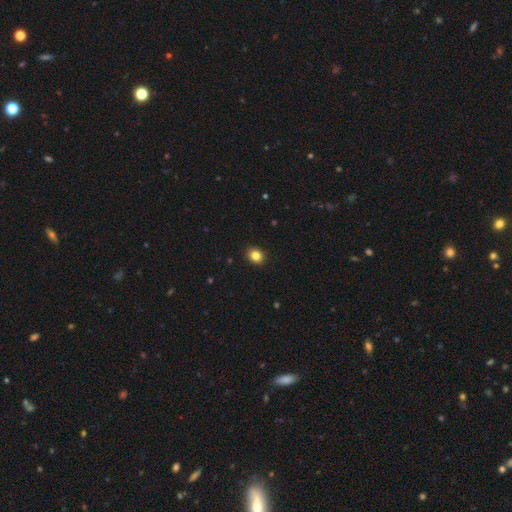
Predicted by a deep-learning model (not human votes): The model was most divided on "how rounded": round: 66%, in between: 34%, cigar-shaped: 1%. More confident: merging — none (92%); smooth or featured — smooth (84%).